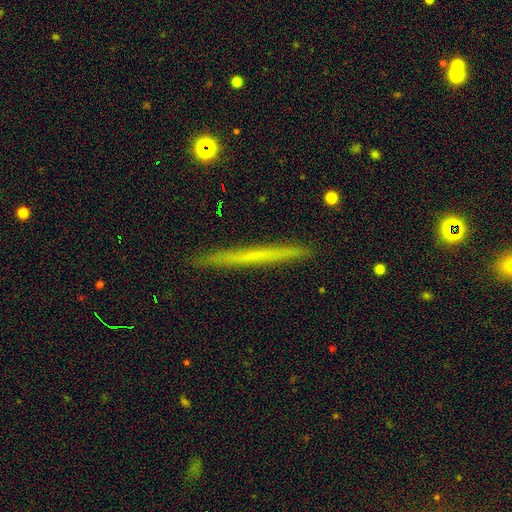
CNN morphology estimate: A smooth galaxy with no disk features (49%). Merging: none (91%).